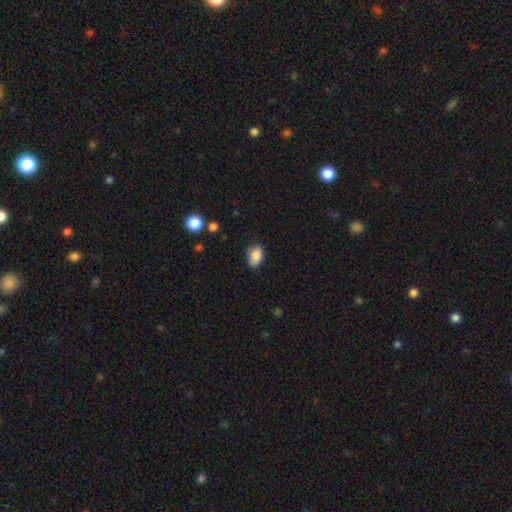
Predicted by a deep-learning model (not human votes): Q: Smooth or featured?
A: smooth (88%); runner-up: star or artifact (8%)
Q: How rounded?
A: in between (90%); runner-up: round (8%)
Q: Merging?
A: none (79%); runner-up: minor disturbance (17%)